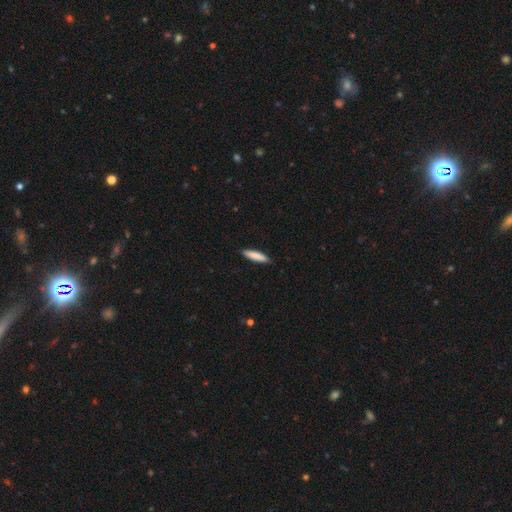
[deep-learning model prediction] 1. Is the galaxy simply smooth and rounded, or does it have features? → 85% smooth, 9% featured or disk, 5% star or artifact.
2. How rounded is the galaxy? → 79% cigar-shaped, 20% in between, 1% round.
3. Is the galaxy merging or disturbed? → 90% none, 8% minor disturbance, 1% major disturbance, 1% merger.